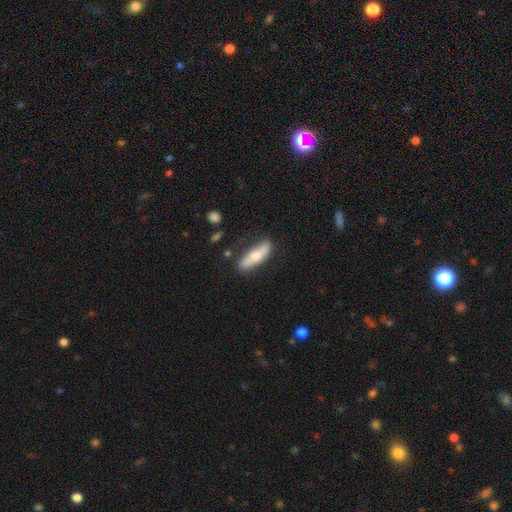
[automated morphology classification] type=smooth (52%); roundness=cigar-shaped (58%); merging=none (79%).